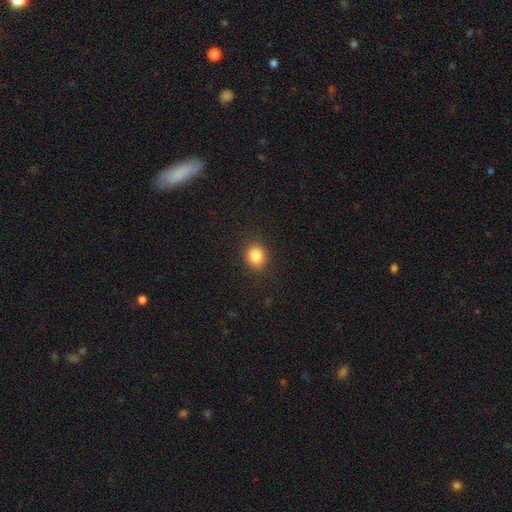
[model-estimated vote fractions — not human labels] This is clearly a smooth galaxy (84%). How rounded: likely round (68%). Merging: clearly none (87%).